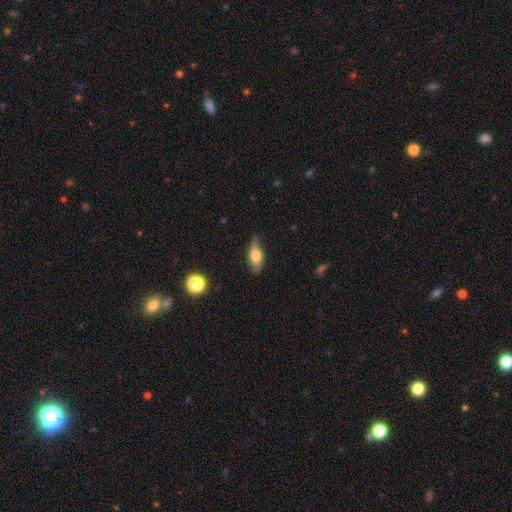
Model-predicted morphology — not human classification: Smooth or featured: smooth — 65% (featured or disk — 28%)
How rounded: in between — 76% (cigar-shaped — 20%)
Merging: none — 72% (minor disturbance — 23%)